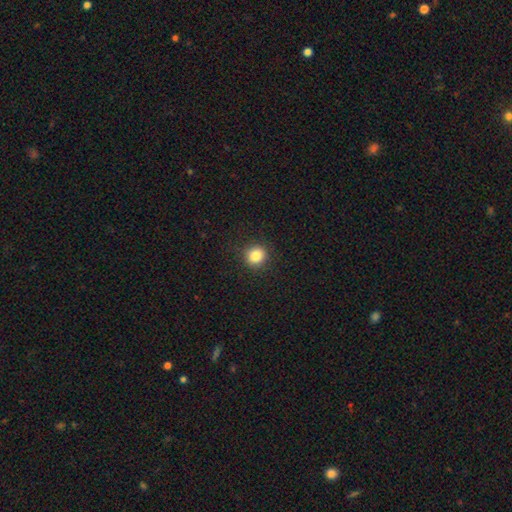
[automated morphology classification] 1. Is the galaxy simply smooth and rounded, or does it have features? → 85% smooth, 11% star or artifact, 5% featured or disk.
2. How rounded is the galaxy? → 88% round, 12% in between, 1% cigar-shaped.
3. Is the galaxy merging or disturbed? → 90% none, 7% minor disturbance, 2% major disturbance, 1% merger.